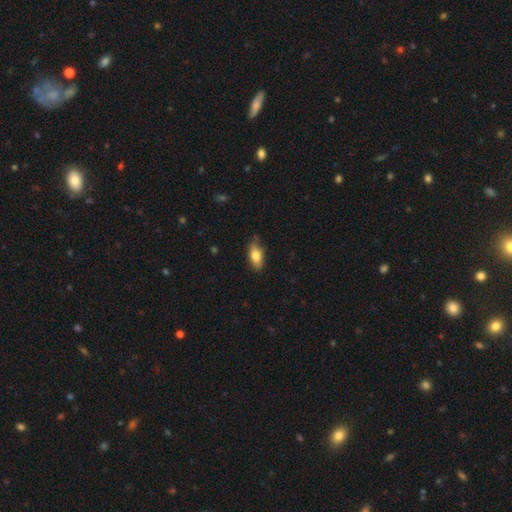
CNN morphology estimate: The model was most divided on "merging": none: 76%, minor disturbance: 19%, major disturbance: 3%, merger: 2%. More confident: how rounded — in between (83%); smooth or featured — smooth (78%).